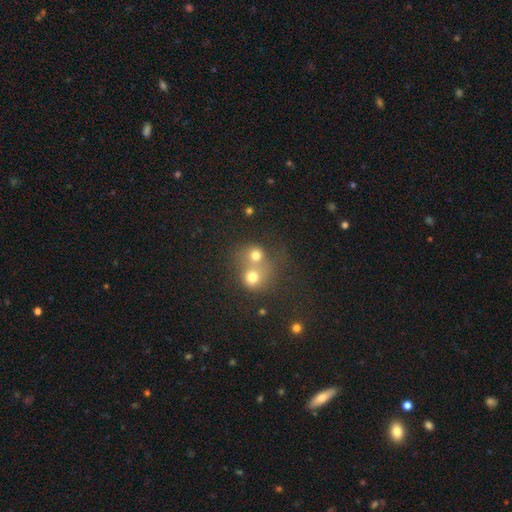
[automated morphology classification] A smooth galaxy with no disk features (72%) that is round (80%).

Vote fractions:
- Smooth or featured? smooth: 72% / star or artifact: 15% / featured or disk: 13%
- How rounded? round: 80% / in between: 19% / cigar-shaped: 1%
- Merging? merger: 59% / none: 30% / minor disturbance: 6% / major disturbance: 4%